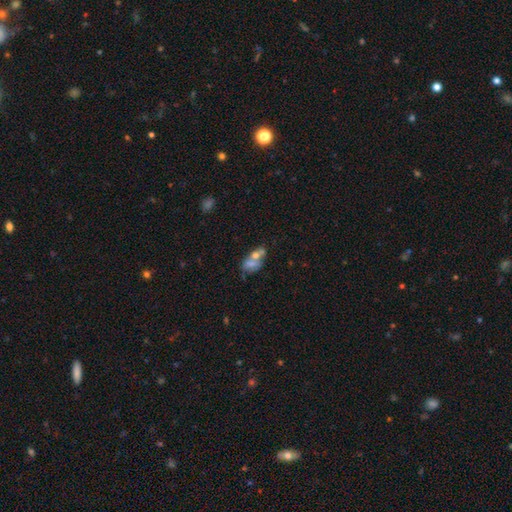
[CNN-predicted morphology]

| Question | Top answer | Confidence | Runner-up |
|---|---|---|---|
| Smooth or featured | smooth | 54% | featured or disk (35%) |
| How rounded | in between | 80% | round (15%) |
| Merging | merger | 55% | none (24%) |